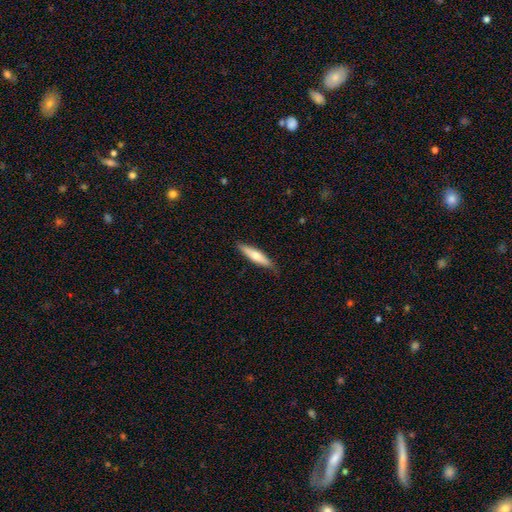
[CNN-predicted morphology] Smooth or featured: smooth — 59% (featured or disk — 36%)
How rounded: cigar-shaped — 81% (in between — 18%)
Merging: none — 83% (minor disturbance — 13%)